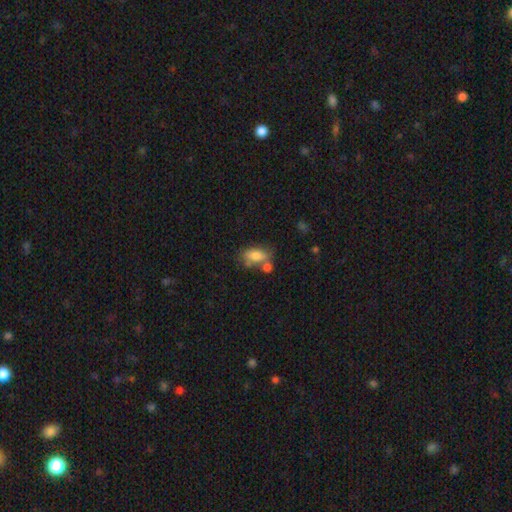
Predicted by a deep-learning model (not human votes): Smooth or featured: smooth — 75% (featured or disk — 16%)
How rounded: in between — 84% (cigar-shaped — 10%)
Merging: none — 47% (merger — 26%)